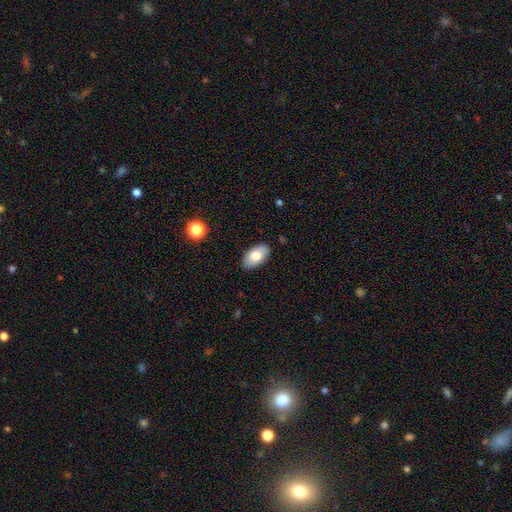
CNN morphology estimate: This appears to be a smooth galaxy with no disk features (77%) that is in between round and cigar-shaped (94%). Merging: none (87%).